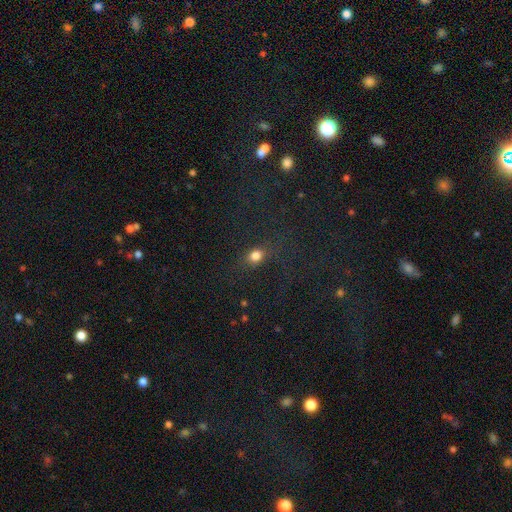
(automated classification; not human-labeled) Smooth or featured: smooth — 74% (star or artifact — 17%)
How rounded: round — 51% (in between — 44%)
Merging: none — 75% (minor disturbance — 13%)